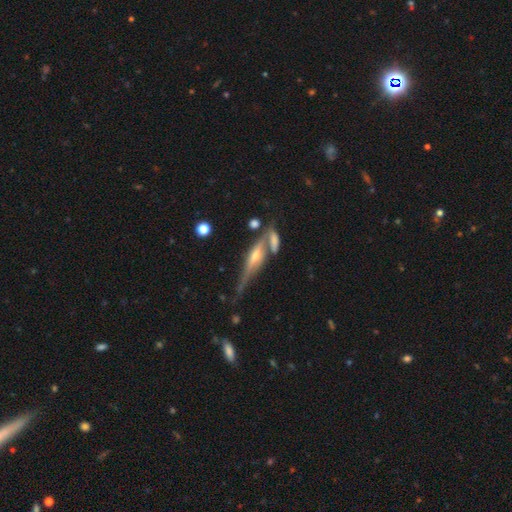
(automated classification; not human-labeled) Smooth or featured? featured or disk (74%)
Edge-on disk? yes (86%)
Edge-on bulge? rounded (78%)
Merging? none (42%)